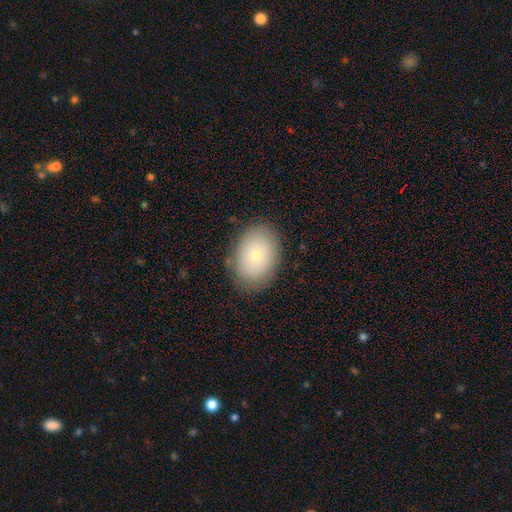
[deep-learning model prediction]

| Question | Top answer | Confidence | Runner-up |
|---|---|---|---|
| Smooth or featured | smooth | 75% | featured or disk (17%) |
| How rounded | in between | 79% | round (20%) |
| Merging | none | 84% | minor disturbance (12%) |